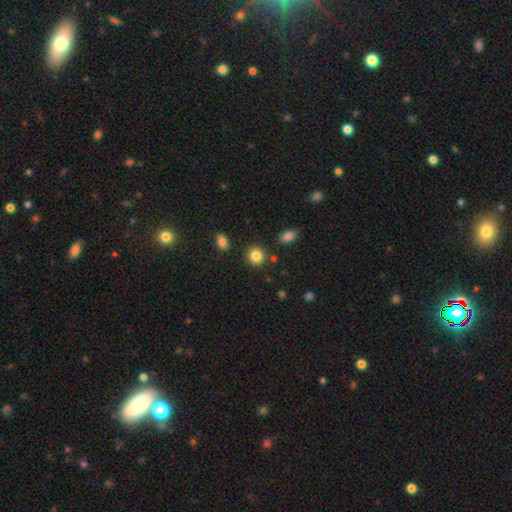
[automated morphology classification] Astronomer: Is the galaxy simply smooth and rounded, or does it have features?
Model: smooth — 86%.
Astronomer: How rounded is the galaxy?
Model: round — 85%.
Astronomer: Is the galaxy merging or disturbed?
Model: none — 86%.